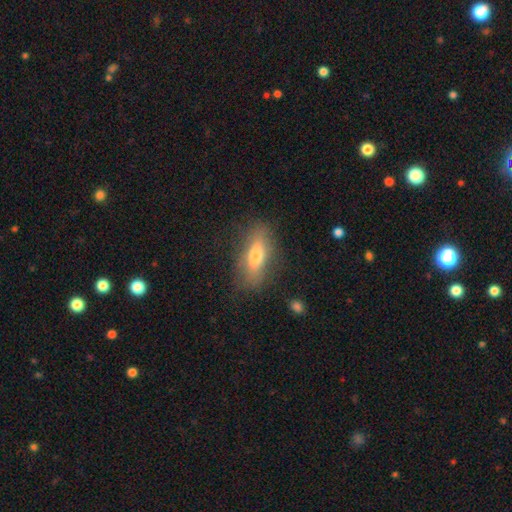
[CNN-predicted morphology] type=smooth (63%); roundness=in between (58%); merging=none (78%).